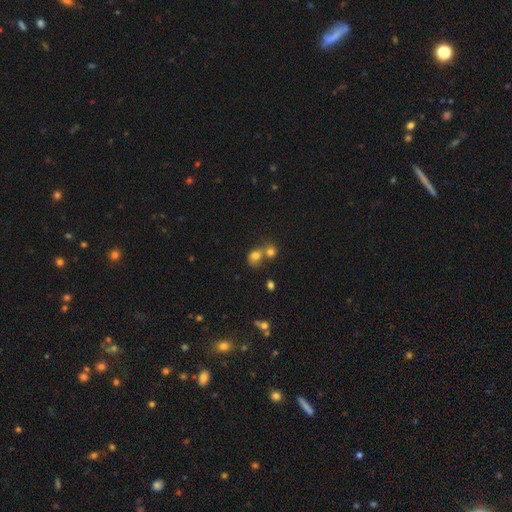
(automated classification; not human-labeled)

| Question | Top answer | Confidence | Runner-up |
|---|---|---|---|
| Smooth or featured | smooth | 76% | star or artifact (14%) |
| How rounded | round | 64% | in between (35%) |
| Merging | merger | 56% | none (32%) |